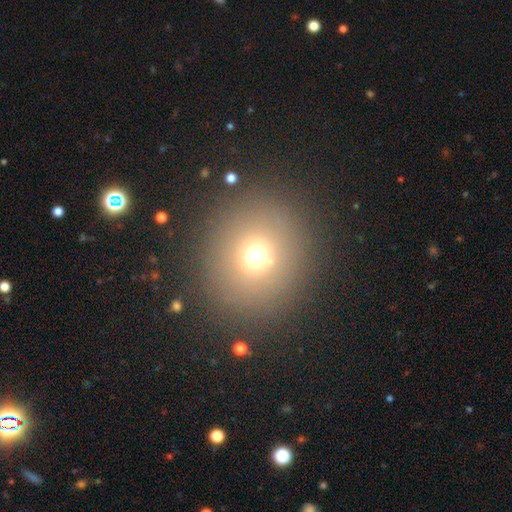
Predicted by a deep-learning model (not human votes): Q: Smooth or featured?
A: smooth (67%); runner-up: star or artifact (21%)
Q: How rounded?
A: round (90%); runner-up: in between (9%)
Q: Merging?
A: none (86%); runner-up: minor disturbance (7%)